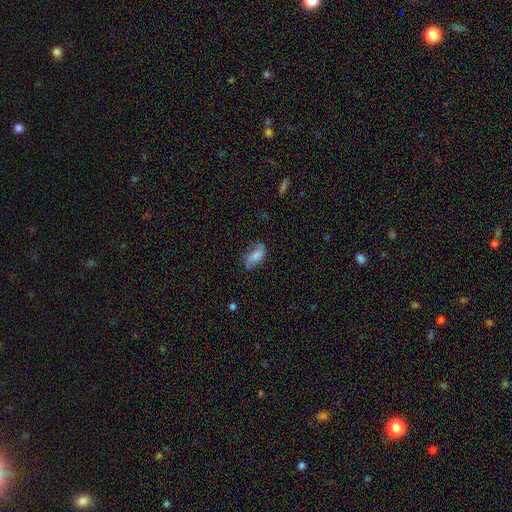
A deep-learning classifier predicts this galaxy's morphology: Q: Smooth or featured?
A: smooth (69%); runner-up: featured or disk (24%)
Q: How rounded?
A: in between (87%); runner-up: cigar-shaped (9%)
Q: Merging?
A: none (65%); runner-up: minor disturbance (25%)